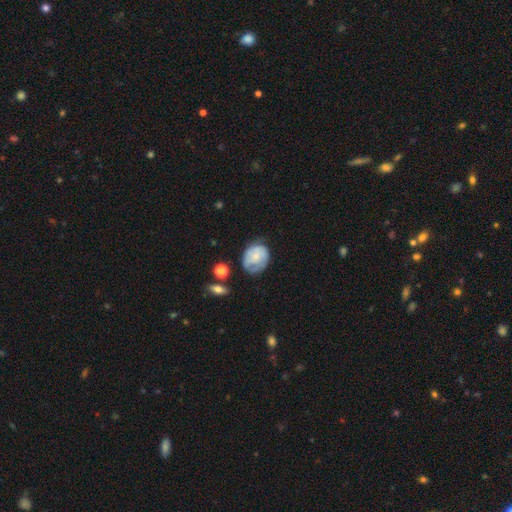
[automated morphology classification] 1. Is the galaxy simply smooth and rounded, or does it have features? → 48% featured or disk, 45% smooth, 8% star or artifact.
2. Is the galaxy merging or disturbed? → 51% none, 31% minor disturbance, 15% major disturbance, 4% merger.